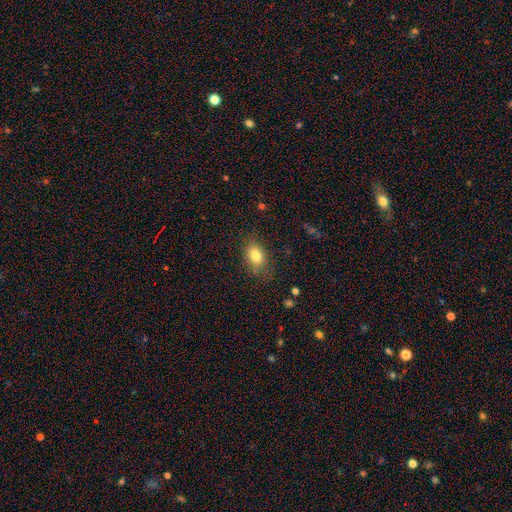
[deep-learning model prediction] This is likely a smooth galaxy (80%). How rounded: clearly in between (81%). Merging: likely none (76%).